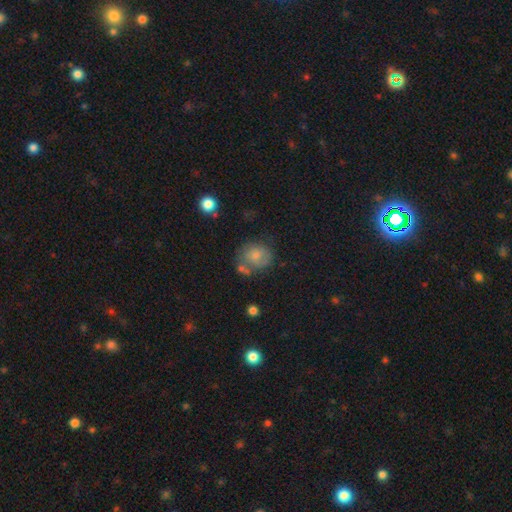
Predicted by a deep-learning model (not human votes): Smooth or featured: smooth — 68% (featured or disk — 23%)
How rounded: round — 71% (in between — 28%)
Merging: none — 51% (minor disturbance — 24%)